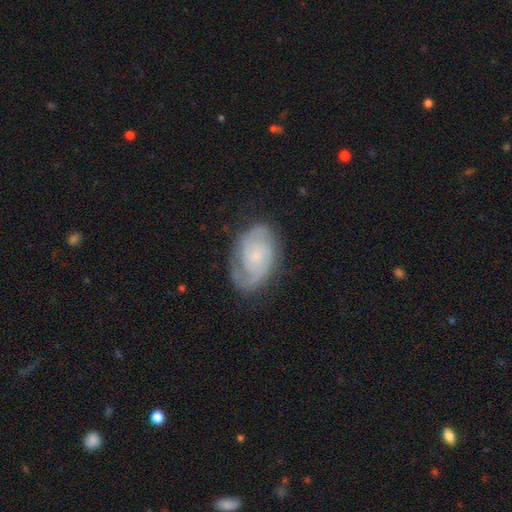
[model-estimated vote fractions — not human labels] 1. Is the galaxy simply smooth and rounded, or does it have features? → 80% featured or disk, 14% smooth, 6% star or artifact.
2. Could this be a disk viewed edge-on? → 97% no, 3% yes.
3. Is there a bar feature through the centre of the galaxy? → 65% no, 30% weak, 4% strong.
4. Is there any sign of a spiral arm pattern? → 95% yes, 5% no.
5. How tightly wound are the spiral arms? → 52% tight, 38% medium, 10% loose.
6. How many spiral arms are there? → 66% 2, 15% can't tell, 8% 3, 6% 1, 2% 4, 2% more than 4.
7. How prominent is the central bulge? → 56% small, 21% moderate, 18% none, 4% large, 1% dominant.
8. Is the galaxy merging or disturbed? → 73% none, 18% minor disturbance, 7% major disturbance, 1% merger.